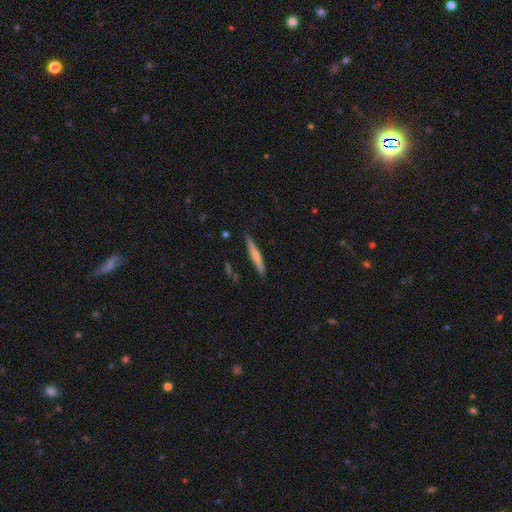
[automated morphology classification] Overall: smooth (56%; featured or disk 38%). How rounded: cigar-shaped (94%). Merging: none (87%).